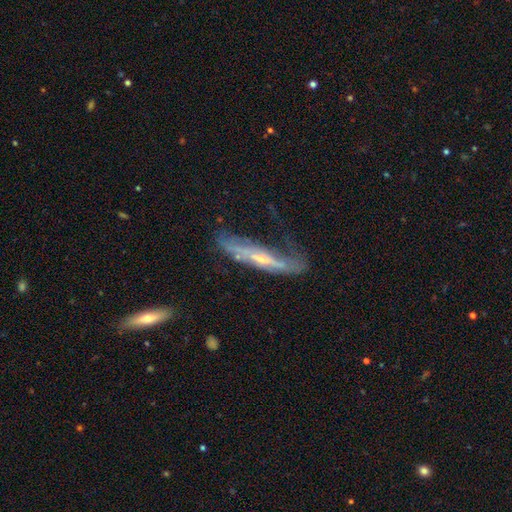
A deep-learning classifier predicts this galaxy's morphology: Smooth or featured: featured or disk — 65% (smooth — 26%)
Edge-on disk: yes — 64% (no — 36%)
Merging: none — 41% (minor disturbance — 29%)